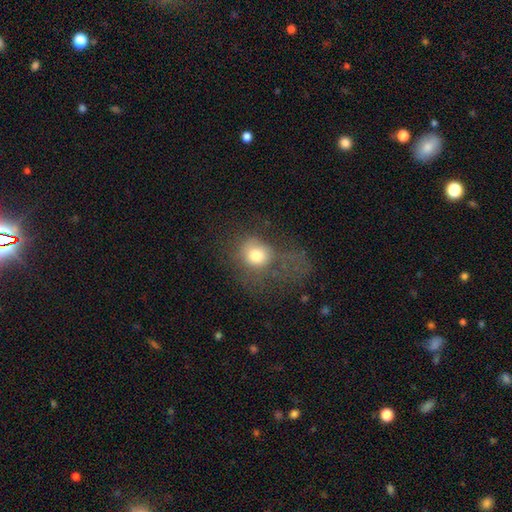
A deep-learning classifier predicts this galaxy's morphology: The model was most divided on "merging": major disturbance: 44%, none: 32%, minor disturbance: 19%, merger: 5%. More confident: smooth or featured — smooth (72%); how rounded — round (70%).